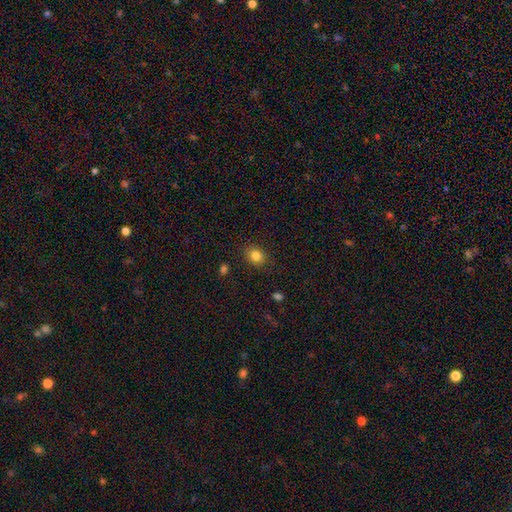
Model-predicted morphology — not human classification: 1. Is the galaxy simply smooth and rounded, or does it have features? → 83% smooth, 11% star or artifact, 6% featured or disk.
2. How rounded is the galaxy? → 53% round, 46% in between, 1% cigar-shaped.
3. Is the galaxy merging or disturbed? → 86% none, 10% minor disturbance, 3% major disturbance, 1% merger.